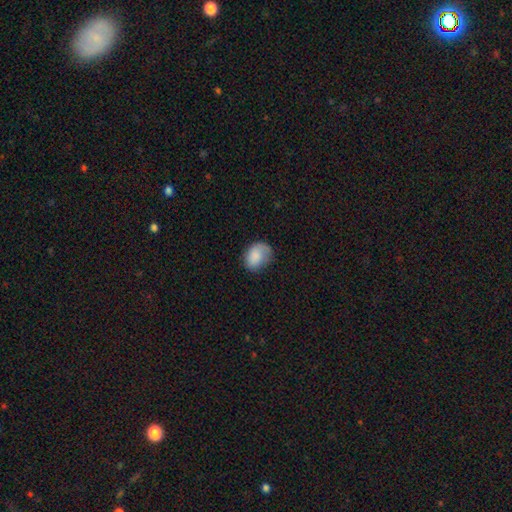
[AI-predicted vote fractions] Morphology: type=smooth (81%); roundness=in between (61%); merging=none (60%).